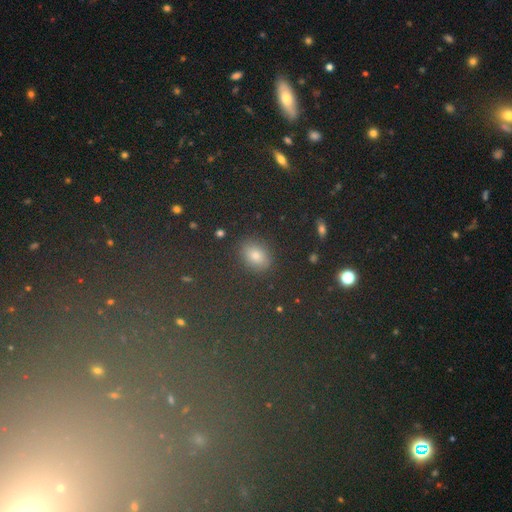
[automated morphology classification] smooth 72%, star or artifact 19%, featured or disk 8%. Down the decision tree: how rounded — in between (73%); merging — none (83%).